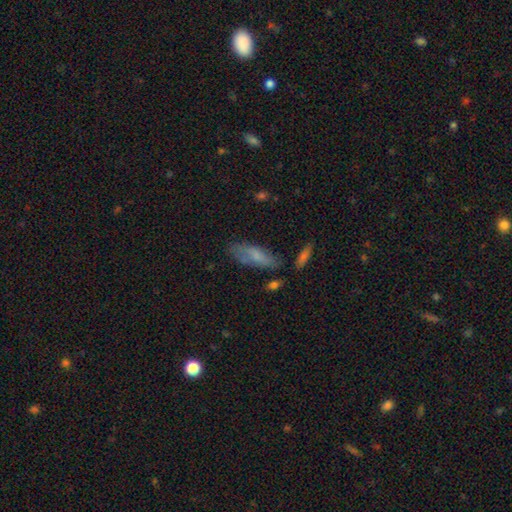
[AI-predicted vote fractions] Smooth or featured? Predicted: smooth (p=0.70). How rounded? Predicted: in between (p=0.62). Merging? Predicted: none (p=0.66).